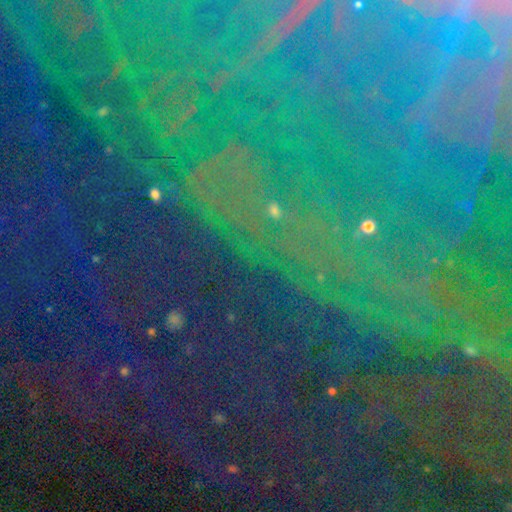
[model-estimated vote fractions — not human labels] A star or artifact, not a galaxy (82%).